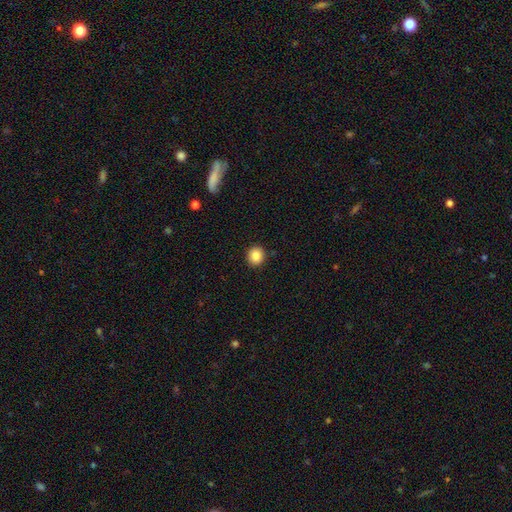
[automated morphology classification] smooth 86%, star or artifact 10%, featured or disk 5%. Down the decision tree: how rounded — round (89%); merging — none (91%).